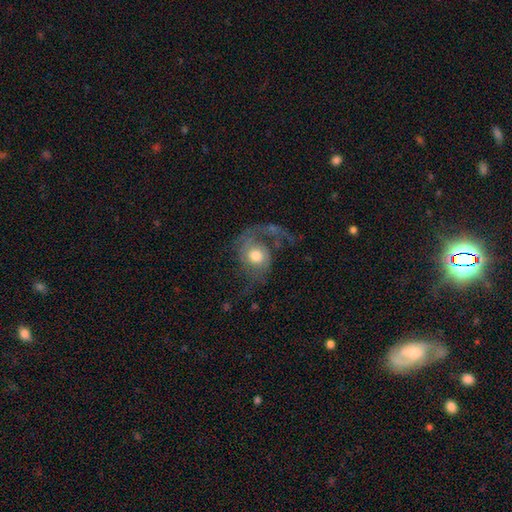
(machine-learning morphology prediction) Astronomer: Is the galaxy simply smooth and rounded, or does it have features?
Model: featured or disk — 70%.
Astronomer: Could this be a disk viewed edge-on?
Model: no — 97%.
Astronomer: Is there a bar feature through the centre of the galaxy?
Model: no — 74%.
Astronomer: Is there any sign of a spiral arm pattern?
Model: yes — 88%.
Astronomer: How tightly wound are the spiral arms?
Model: loose — 63%.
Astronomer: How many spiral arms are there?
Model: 2 — 69%.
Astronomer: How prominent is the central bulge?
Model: moderate — 65%.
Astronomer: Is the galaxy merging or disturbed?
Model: major disturbance — 42% (runner-up: none, 38%).